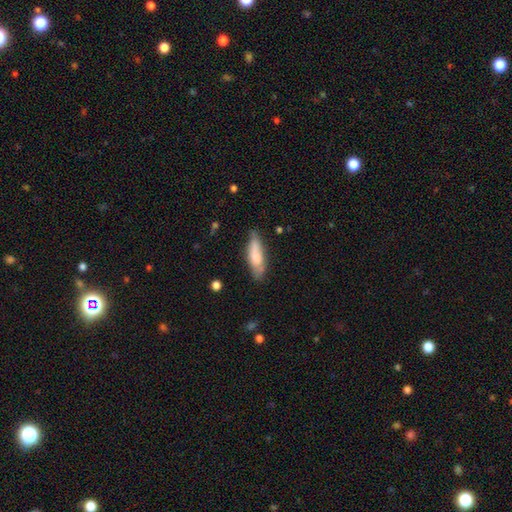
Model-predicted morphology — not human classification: A smooth galaxy with no disk features (69%) that is cigar-shaped (54%). Merging: none (68%).